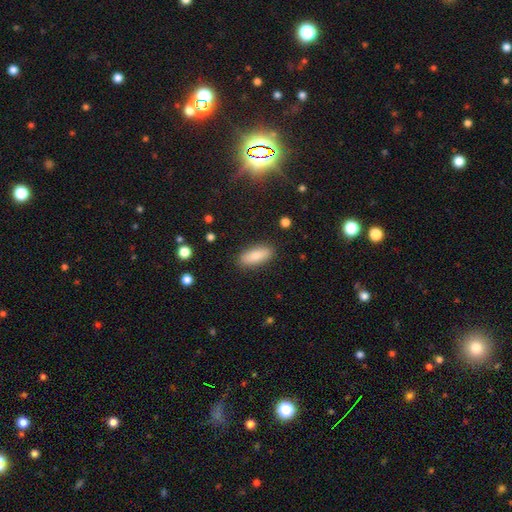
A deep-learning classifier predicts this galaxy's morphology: smooth 85%, featured or disk 9%, star or artifact 6%. Down the decision tree: how rounded — in between (76%); merging — none (88%).